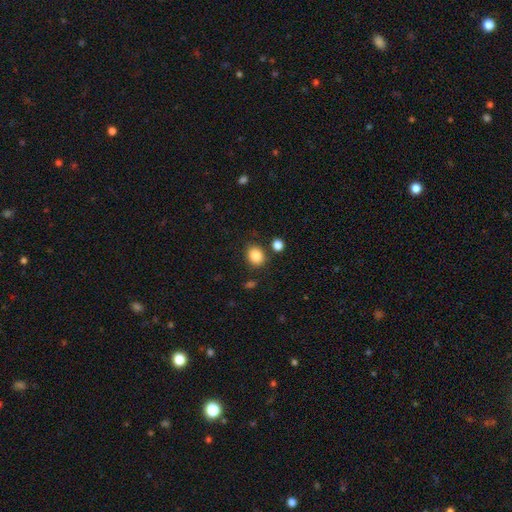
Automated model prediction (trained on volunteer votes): Q: Smooth or featured?
A: smooth (86%); runner-up: star or artifact (9%)
Q: How rounded?
A: round (56%); runner-up: in between (44%)
Q: Merging?
A: none (81%); runner-up: minor disturbance (10%)